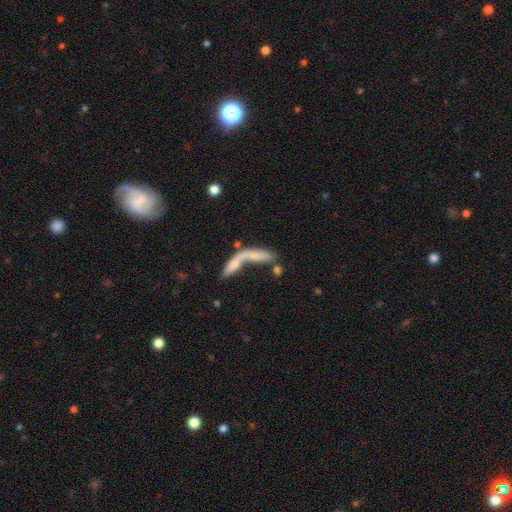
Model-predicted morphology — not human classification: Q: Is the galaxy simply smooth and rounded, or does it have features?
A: smooth — 61%.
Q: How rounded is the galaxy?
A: cigar-shaped — 61%.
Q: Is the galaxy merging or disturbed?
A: merger — 61%.